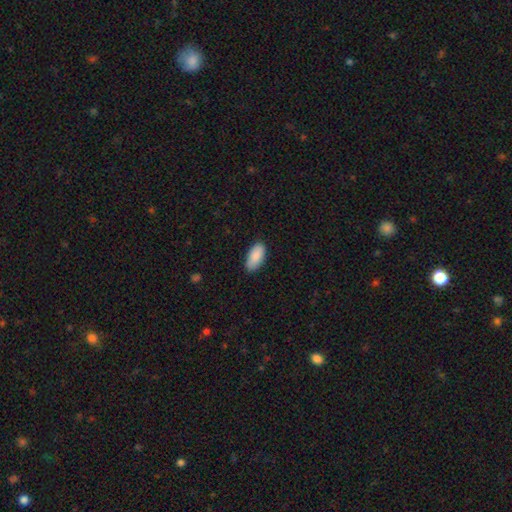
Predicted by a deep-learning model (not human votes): Q: Smooth or featured?
A: smooth (90%); runner-up: star or artifact (6%)
Q: How rounded?
A: in between (93%); runner-up: cigar-shaped (5%)
Q: Merging?
A: none (85%); runner-up: minor disturbance (12%)